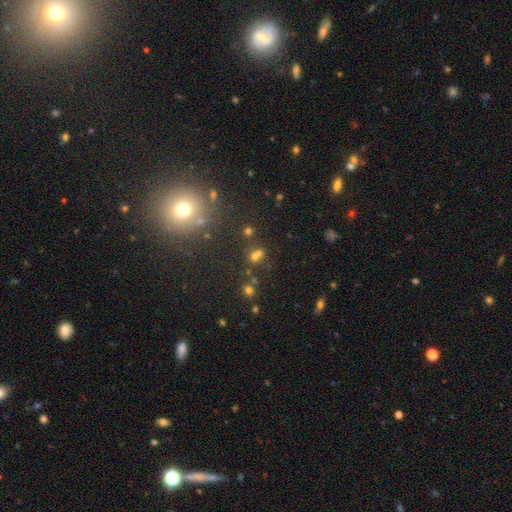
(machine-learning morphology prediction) Smooth or featured? smooth (50%)
Merging? none (65%)